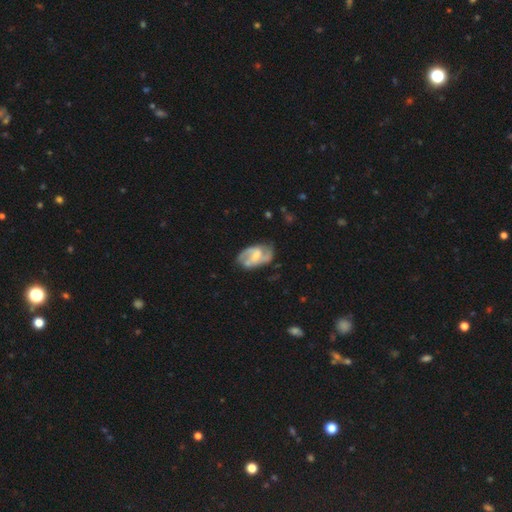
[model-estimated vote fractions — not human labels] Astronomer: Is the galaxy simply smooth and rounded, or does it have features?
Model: featured or disk — 80%.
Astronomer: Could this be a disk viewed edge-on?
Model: no — 97%.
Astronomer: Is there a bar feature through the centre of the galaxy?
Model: weak — 51%.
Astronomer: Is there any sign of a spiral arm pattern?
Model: yes — 92%.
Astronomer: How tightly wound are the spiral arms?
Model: medium — 51% (runner-up: loose, 26%).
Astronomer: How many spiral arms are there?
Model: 2 — 76%.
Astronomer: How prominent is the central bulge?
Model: small — 44% (runner-up: moderate, 40%).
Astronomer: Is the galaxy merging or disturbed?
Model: none — 67%.